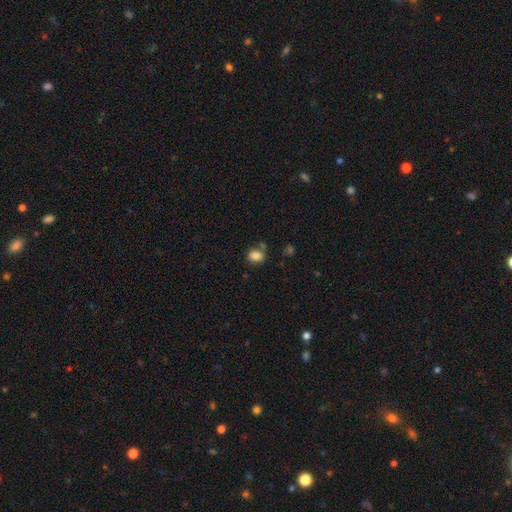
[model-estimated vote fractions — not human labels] smooth 85%, star or artifact 10%, featured or disk 5%. Down the decision tree: how rounded — in between (54%); merging — none (69%).